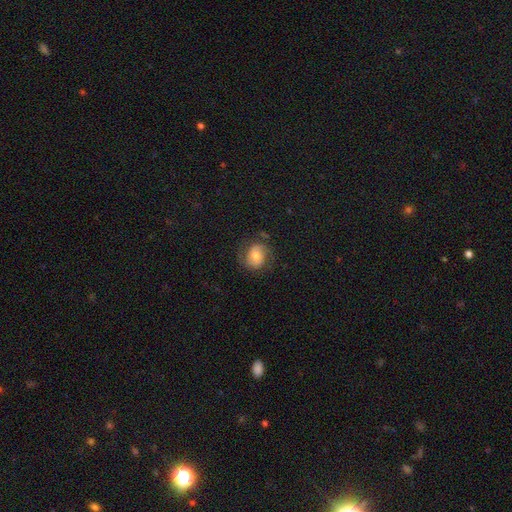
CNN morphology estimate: Smooth or featured: featured or disk — 58% (smooth — 34%)
Edge-on disk: no — 97% (yes — 3%)
Bar: no — 60% (weak — 31%)
Spiral arms: yes — 88% (no — 12%)
Bulge size: moderate — 60% (small — 28%)
Merging: none — 71% (minor disturbance — 18%)